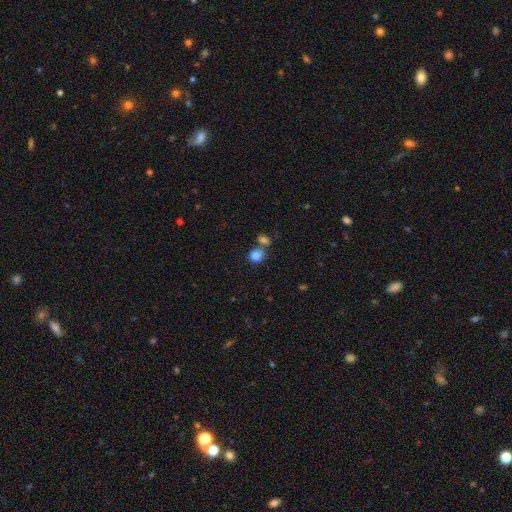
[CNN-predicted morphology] This appears to be a smooth galaxy with no disk features (84%) that is round (65%). Merging: none (48%).